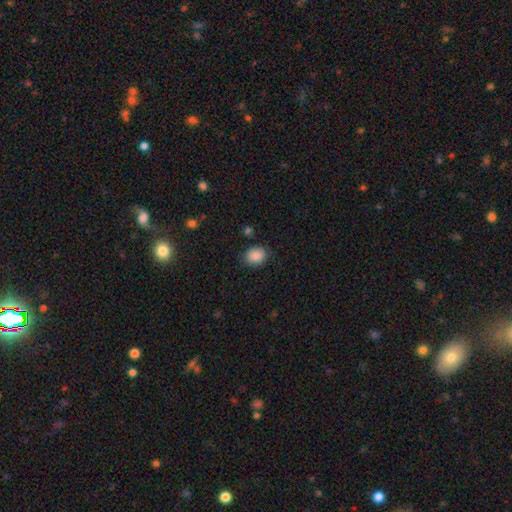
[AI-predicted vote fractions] smooth-or-featured: smooth: 88% | star or artifact: 8% | featured or disk: 3%
  how-rounded: in between: 53% | round: 46% | cigar-shaped: 1%
  merging: none: 83% | minor disturbance: 12% | major disturbance: 3% | merger: 2%